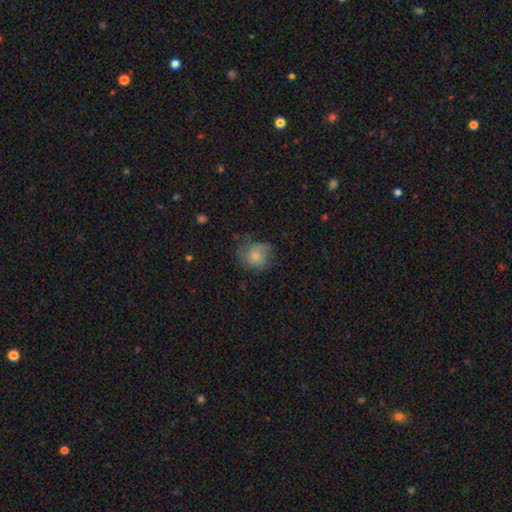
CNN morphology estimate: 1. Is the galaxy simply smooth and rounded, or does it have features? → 70% smooth, 21% featured or disk, 9% star or artifact.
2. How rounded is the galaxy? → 77% round, 22% in between, 1% cigar-shaped.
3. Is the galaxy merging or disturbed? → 53% none, 29% minor disturbance, 16% major disturbance, 2% merger.